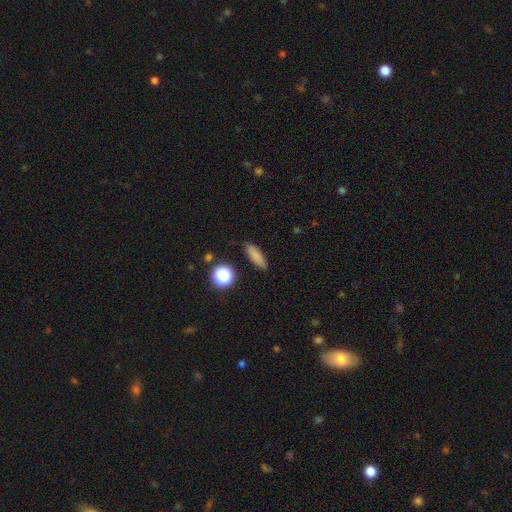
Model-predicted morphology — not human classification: The model was most divided on "how rounded": cigar-shaped: 54%, in between: 41%, round: 6%. More confident: merging — none (87%); smooth or featured — smooth (81%).